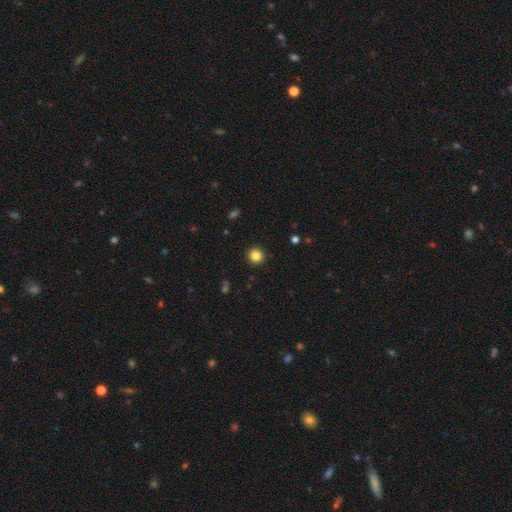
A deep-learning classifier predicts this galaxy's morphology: Smooth or featured?
  - smooth: 84% *
  - star or artifact: 11%
  - featured or disk: 4%
How rounded?
  - round: 93% *
  - in between: 6%
  - cigar-shaped: 1%
Merging?
  - none: 93% *
  - minor disturbance: 5%
  - major disturbance: 2%
  - merger: 1%